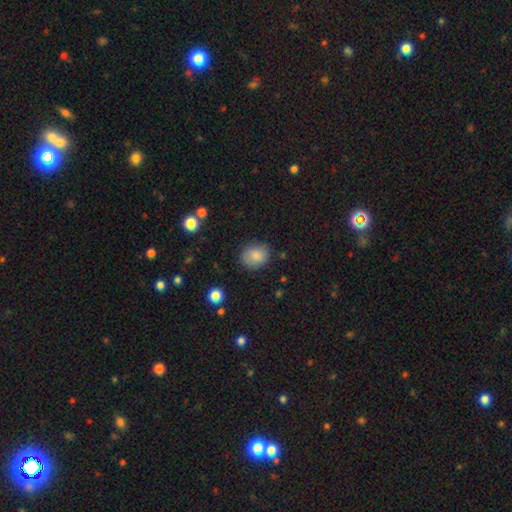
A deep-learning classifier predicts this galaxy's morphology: Smooth or featured: smooth — 84% (star or artifact — 9%)
How rounded: round — 61% (in between — 38%)
Merging: none — 78% (minor disturbance — 16%)